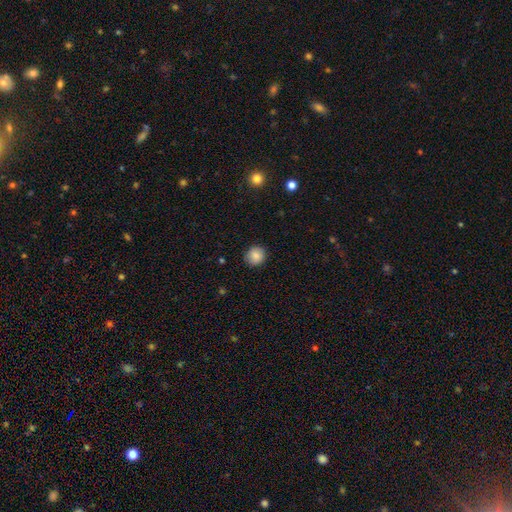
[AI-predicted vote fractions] Smooth or featured?
  - smooth: 87% *
  - star or artifact: 9%
  - featured or disk: 4%
How rounded?
  - round: 90% *
  - in between: 9%
  - cigar-shaped: 1%
Merging?
  - none: 89% *
  - minor disturbance: 8%
  - major disturbance: 2%
  - merger: 1%